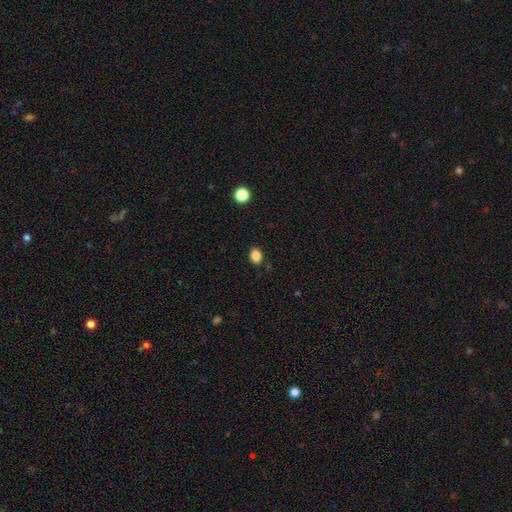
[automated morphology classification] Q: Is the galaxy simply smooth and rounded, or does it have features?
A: smooth — 85%.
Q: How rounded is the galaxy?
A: in between — 61%.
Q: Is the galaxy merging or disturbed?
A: none — 87%.